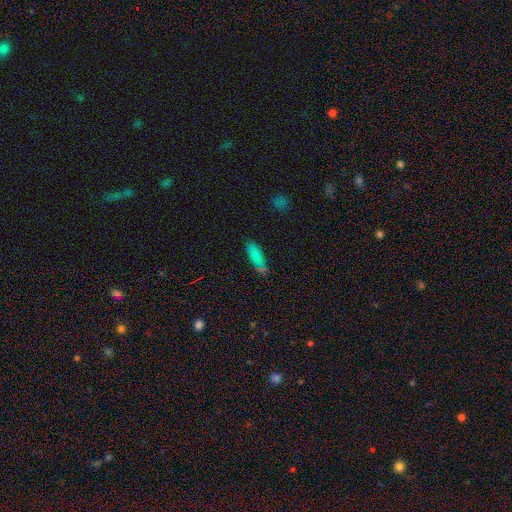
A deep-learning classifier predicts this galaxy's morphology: smooth-or-featured: smooth: 78% | star or artifact: 13% | featured or disk: 9%
  how-rounded: cigar-shaped: 50% | in between: 47% | round: 3%
  merging: none: 71% | minor disturbance: 17% | merger: 9% | major disturbance: 4%